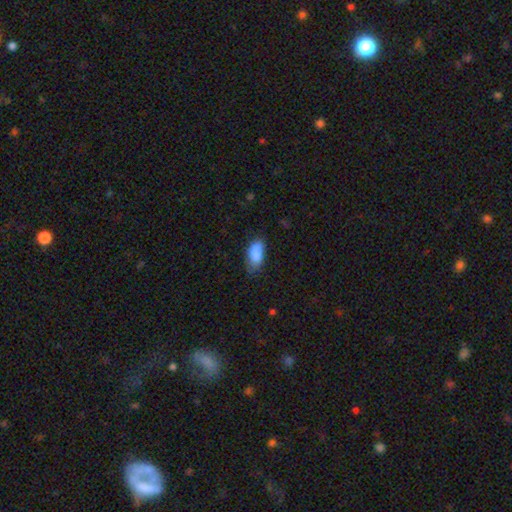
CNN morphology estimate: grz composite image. It shows a smooth galaxy with no disk features (80%) that is in between round and cigar-shaped (87%). Merging: none (50%).